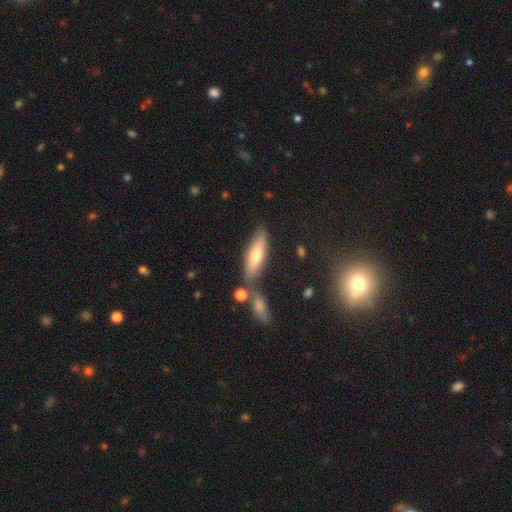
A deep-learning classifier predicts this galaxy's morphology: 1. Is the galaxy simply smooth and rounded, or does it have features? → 63% smooth, 30% featured or disk, 7% star or artifact.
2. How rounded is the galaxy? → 54% cigar-shaped, 43% in between, 2% round.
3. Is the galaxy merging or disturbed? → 68% none, 14% minor disturbance, 14% merger, 4% major disturbance.